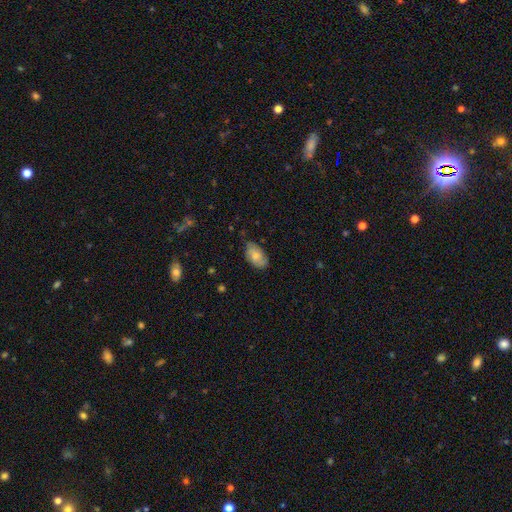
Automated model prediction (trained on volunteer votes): smooth 66%, featured or disk 27%, star or artifact 7%. Down the decision tree: how rounded — in between (92%); merging — none (70%).